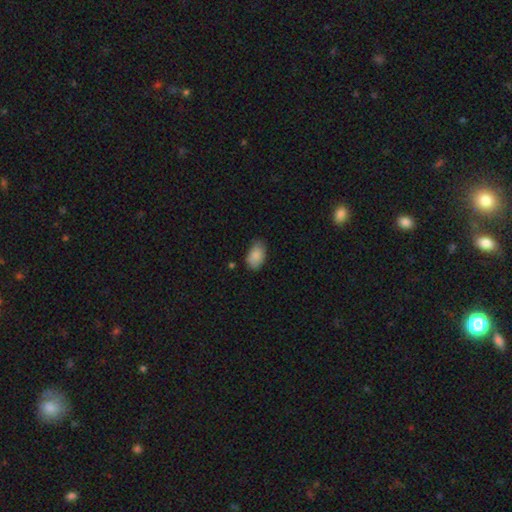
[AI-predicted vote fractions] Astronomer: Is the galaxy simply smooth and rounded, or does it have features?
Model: smooth — 87%.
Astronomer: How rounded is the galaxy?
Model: in between — 91%.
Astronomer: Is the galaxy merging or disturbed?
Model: none — 73%.